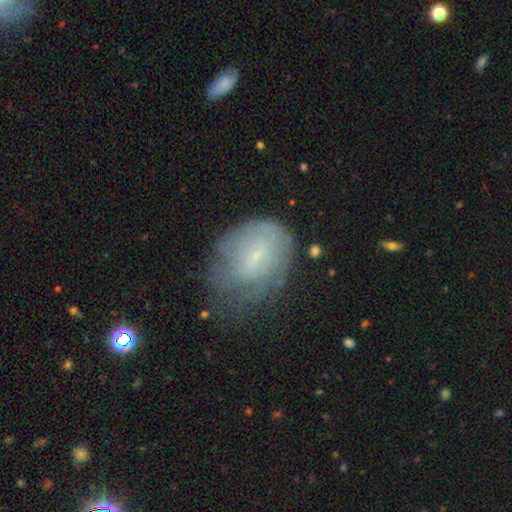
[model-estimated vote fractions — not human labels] Overall: featured or disk (48%; smooth 42%). Merging: none (37%; minor disturbance 35%).